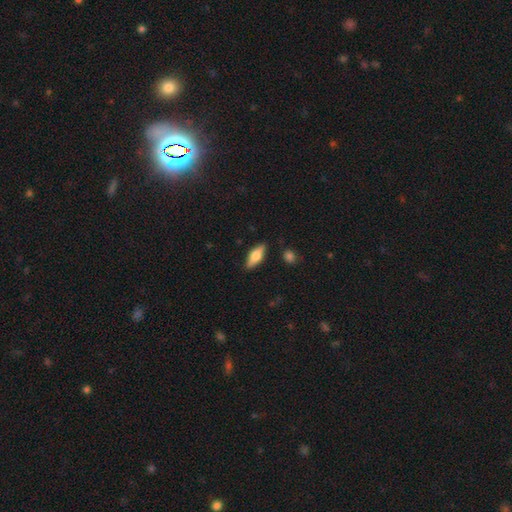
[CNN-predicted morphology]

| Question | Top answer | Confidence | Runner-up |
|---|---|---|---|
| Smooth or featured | smooth | 59% | featured or disk (35%) |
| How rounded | in between | 64% | cigar-shaped (34%) |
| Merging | none | 86% | minor disturbance (11%) |